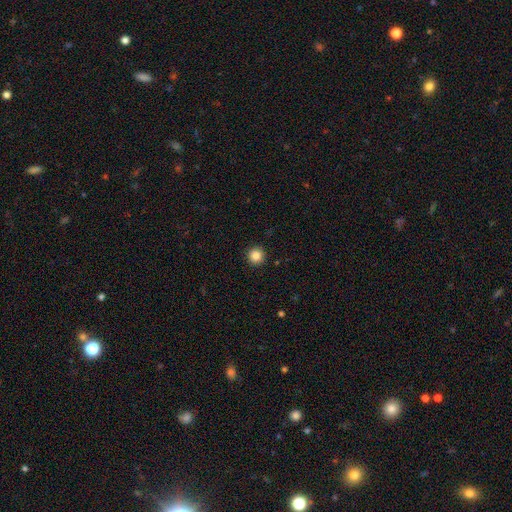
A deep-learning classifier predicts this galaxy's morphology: This appears to be a smooth galaxy with no disk features (86%) that is round (96%). Merging: none (93%).